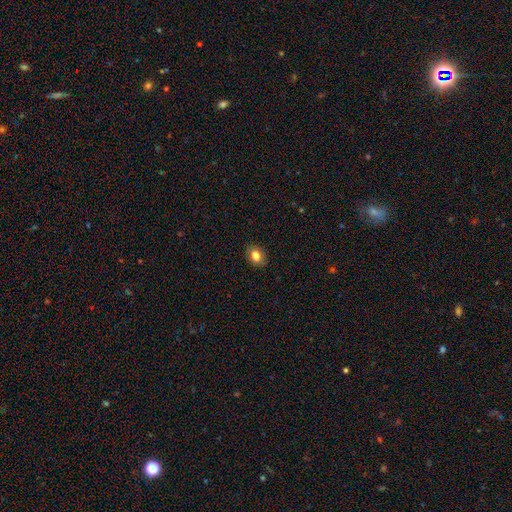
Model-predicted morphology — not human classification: This appears to be a smooth galaxy with no disk features (81%) that is in between round and cigar-shaped (68%). Merging: none (88%).